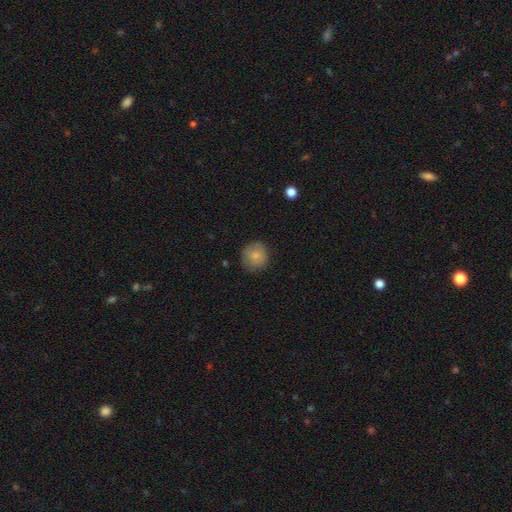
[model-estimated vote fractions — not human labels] Smooth or featured? smooth (81%)
How rounded? round (91%)
Merging? none (81%)